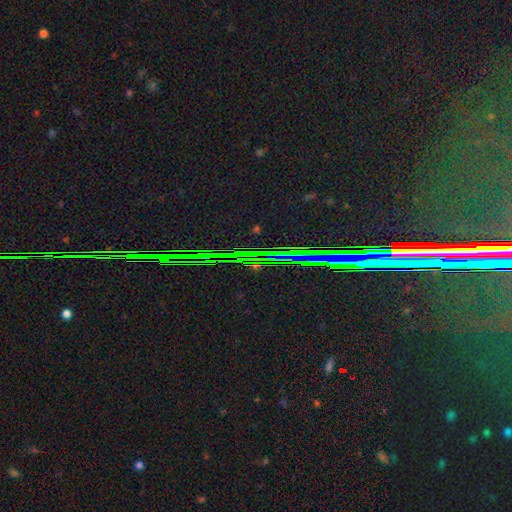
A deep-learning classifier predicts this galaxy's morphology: Overall: star or artifact (85%).